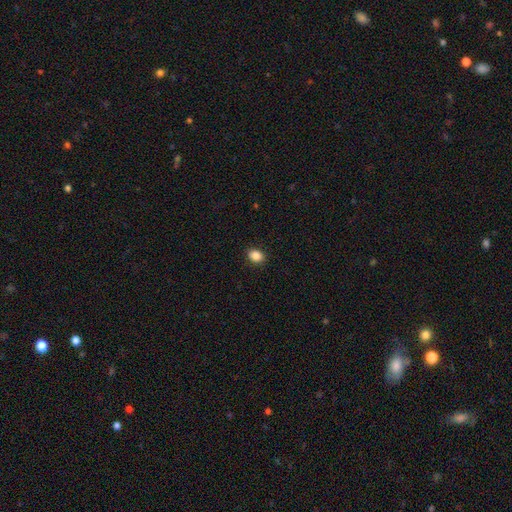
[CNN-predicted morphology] smooth_or_featured: smooth (p=0.87) [alt: star or artifact p=0.09]
how_rounded: in between (p=0.58) [alt: round p=0.41]
merging: none (p=0.90) [alt: minor disturbance p=0.07]